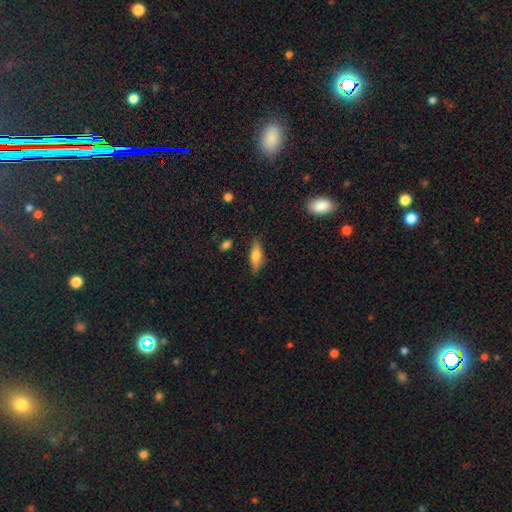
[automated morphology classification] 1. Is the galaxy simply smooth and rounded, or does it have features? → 67% smooth, 26% featured or disk, 8% star or artifact.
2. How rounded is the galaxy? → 58% in between, 39% cigar-shaped, 3% round.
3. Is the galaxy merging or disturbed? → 80% none, 15% minor disturbance, 3% major disturbance, 2% merger.